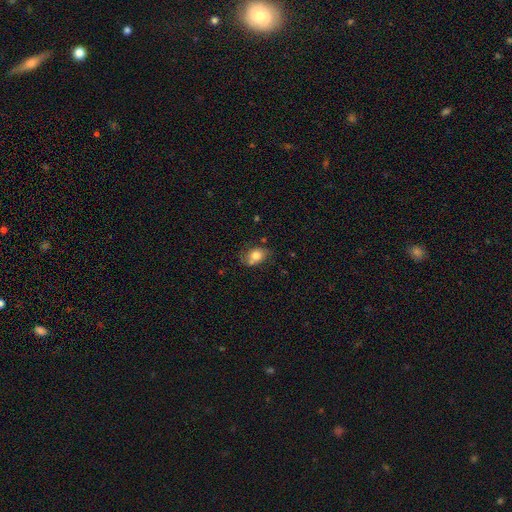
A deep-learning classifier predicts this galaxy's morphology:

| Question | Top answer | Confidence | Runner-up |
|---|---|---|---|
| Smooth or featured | smooth | 76% | featured or disk (15%) |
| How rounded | in between | 70% | round (29%) |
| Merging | none | 59% | minor disturbance (26%) |